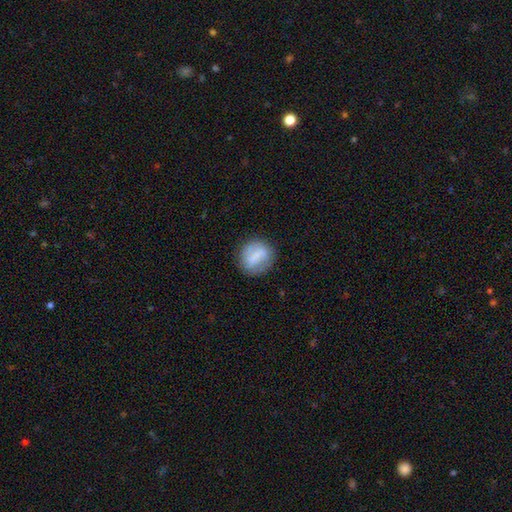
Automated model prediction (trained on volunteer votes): This appears to be a smooth galaxy with no disk features (65%) that is round (71%). Merging: none (76%).